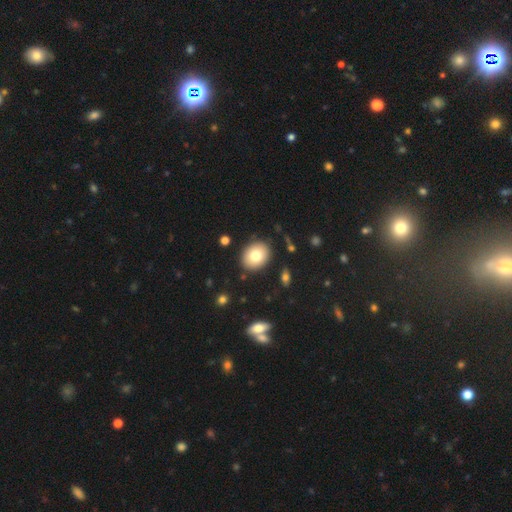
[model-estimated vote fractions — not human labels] A smooth galaxy with no disk features (76%) that is in between round and cigar-shaped (51%). Merging: none (87%).